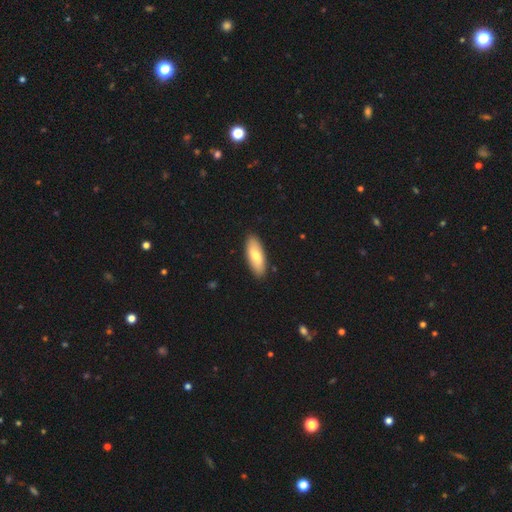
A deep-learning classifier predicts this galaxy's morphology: Smooth or featured?
  - smooth: 72% *
  - featured or disk: 23%
  - star or artifact: 5%
How rounded?
  - in between: 78% *
  - cigar-shaped: 20%
  - round: 2%
Merging?
  - none: 89% *
  - minor disturbance: 8%
  - major disturbance: 2%
  - merger: 1%